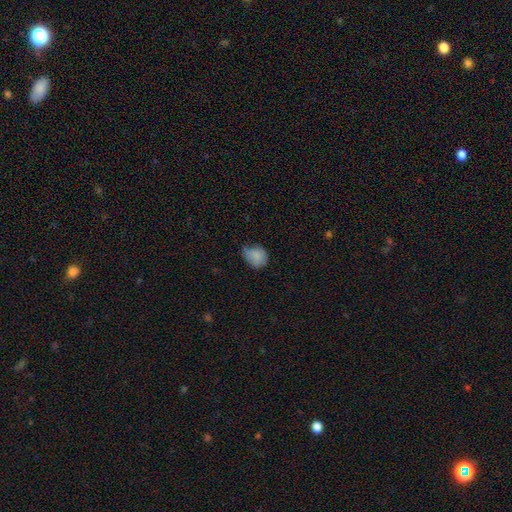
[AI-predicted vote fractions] The model was most divided on "merging": minor disturbance: 44%, none: 41%, major disturbance: 13%, merger: 2%. More confident: smooth or featured — smooth (79%); how rounded — round (57%).